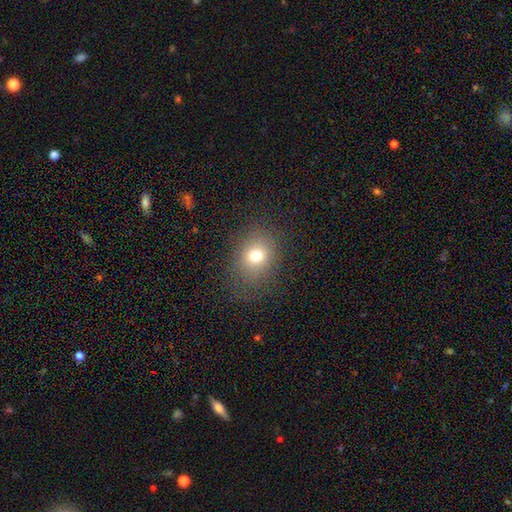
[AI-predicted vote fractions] Smooth or featured? smooth (72%)
How rounded? round (60%)
Merging? none (80%)